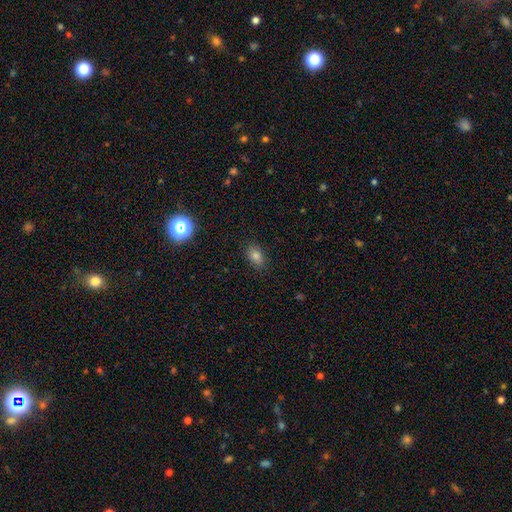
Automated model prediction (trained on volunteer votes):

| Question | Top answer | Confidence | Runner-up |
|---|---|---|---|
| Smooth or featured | smooth | 79% | star or artifact (14%) |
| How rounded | in between | 82% | round (15%) |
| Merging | none | 86% | minor disturbance (10%) |